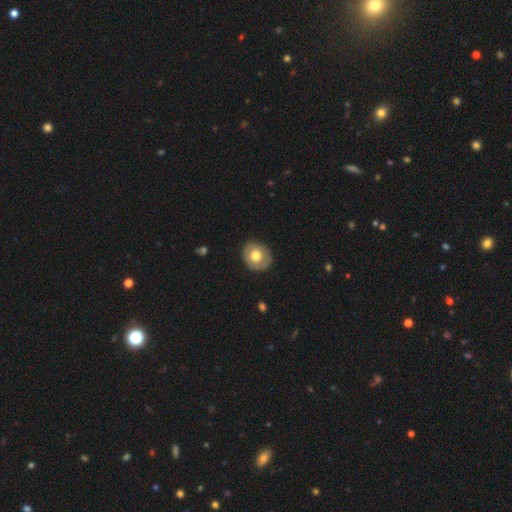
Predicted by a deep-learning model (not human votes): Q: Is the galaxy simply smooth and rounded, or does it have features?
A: smooth — 64%.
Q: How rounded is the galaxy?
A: round — 78%.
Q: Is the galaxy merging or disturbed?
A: none — 84%.